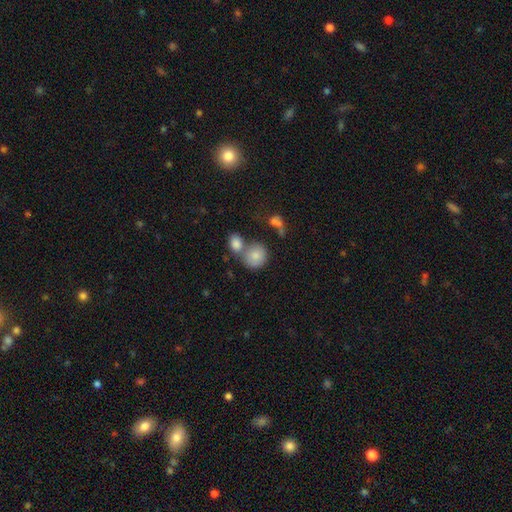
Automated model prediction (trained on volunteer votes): Morphology: type=smooth (81%); roundness=round (81%); merging=merger (47%).